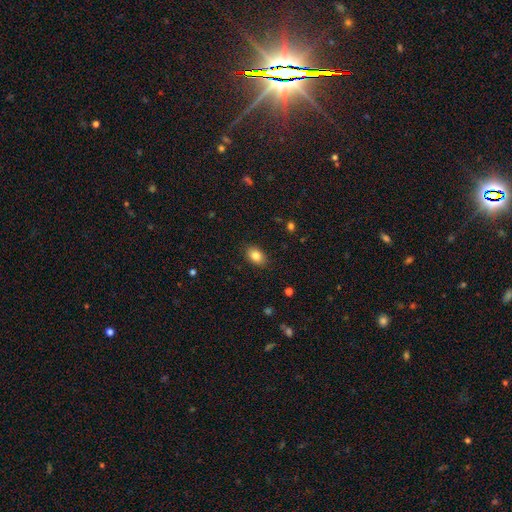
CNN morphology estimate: This appears to be a smooth galaxy with no disk features (85%) that is in between round and cigar-shaped (84%). Merging: none (87%).